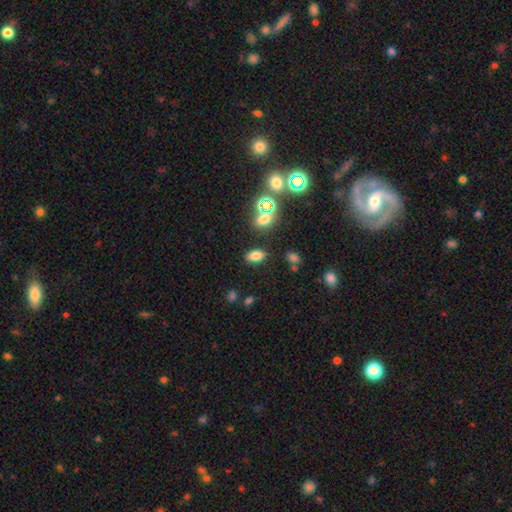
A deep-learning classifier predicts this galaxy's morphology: type=smooth (75%); roundness=in between (87%); merging=none (84%).